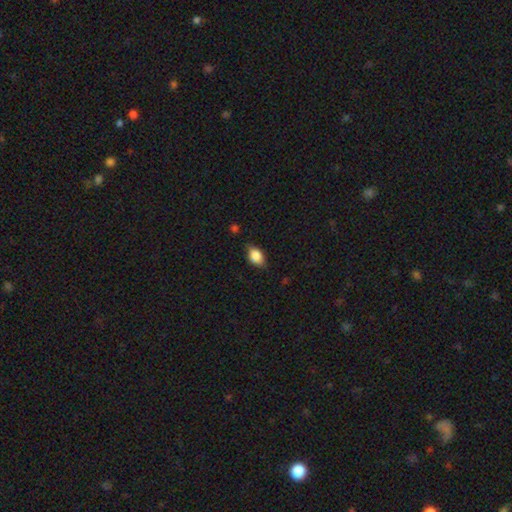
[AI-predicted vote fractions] This appears to be a smooth galaxy with no disk features (81%) that is in between round and cigar-shaped (81%). Merging: none (74%).